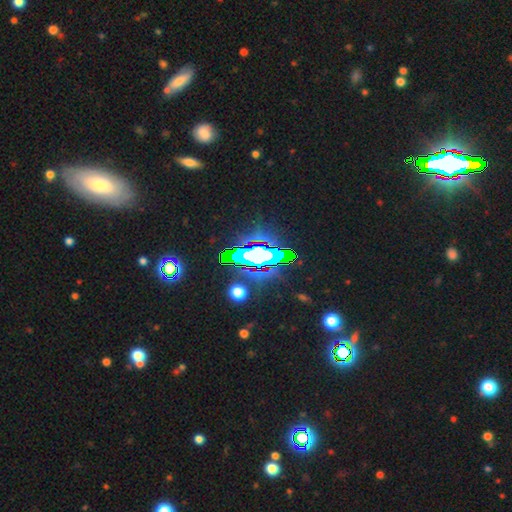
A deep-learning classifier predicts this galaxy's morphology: This appears to be a star or artifact, not a galaxy (65%).